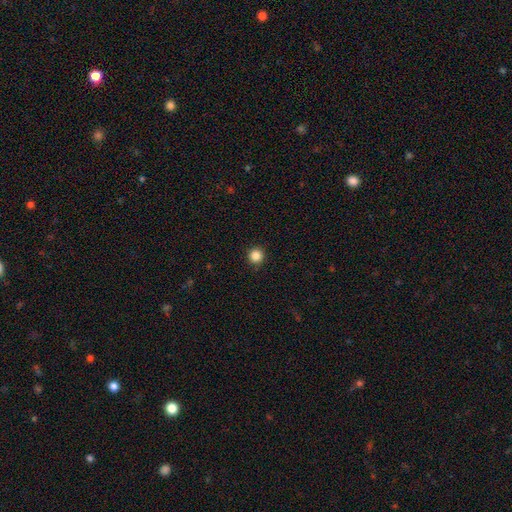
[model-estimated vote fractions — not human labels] smooth_or_featured: smooth (p=0.86) [alt: star or artifact p=0.11]
how_rounded: round (p=0.96) [alt: in between p=0.04]
merging: none (p=0.92) [alt: minor disturbance p=0.05]